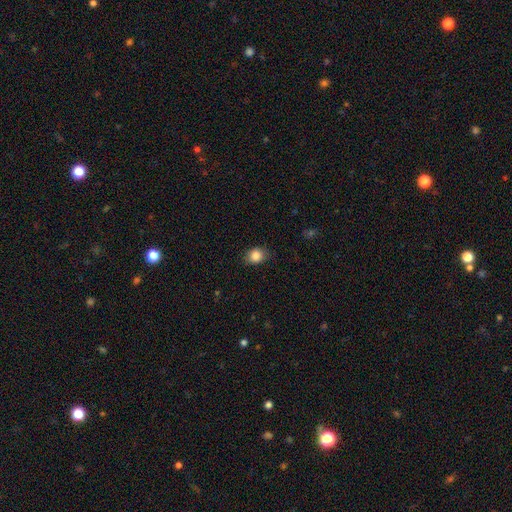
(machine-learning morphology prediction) Overall: smooth (86%). How rounded: round (54%; in between 45%). Merging: none (80%).